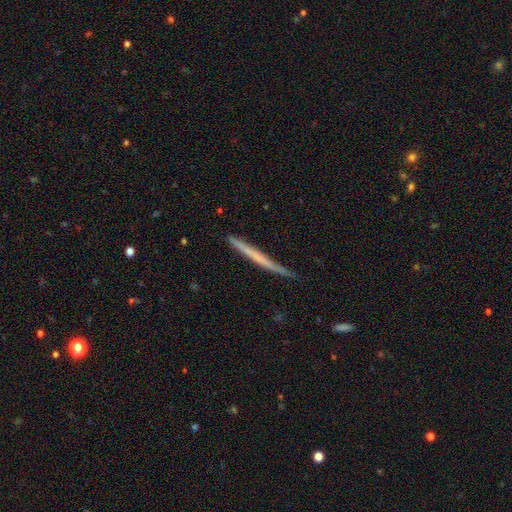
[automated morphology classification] Q: Smooth or featured?
A: smooth (48%); runner-up: featured or disk (46%)
Q: Merging?
A: none (81%); runner-up: minor disturbance (15%)